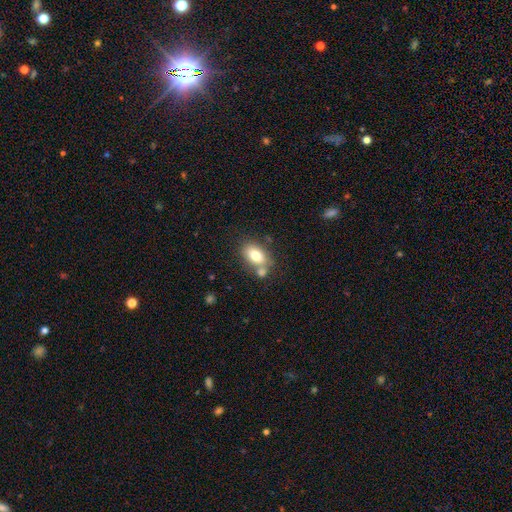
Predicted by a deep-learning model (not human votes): This is likely a smooth galaxy (76%). How rounded: clearly in between (86%). Merging: possibly none (56%).